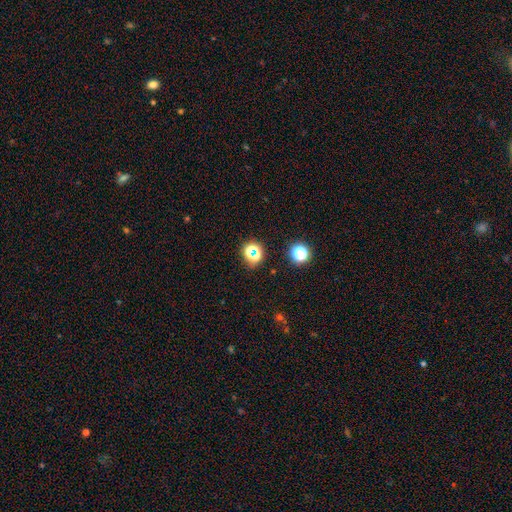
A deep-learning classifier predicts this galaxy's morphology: Smooth or featured? Predicted: star or artifact (p=0.53).